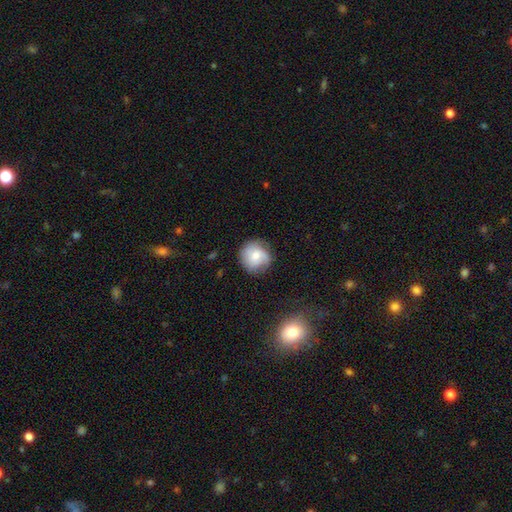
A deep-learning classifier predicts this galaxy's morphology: Smooth or featured? smooth (52%)
How rounded? round (90%)
Merging? none (76%)